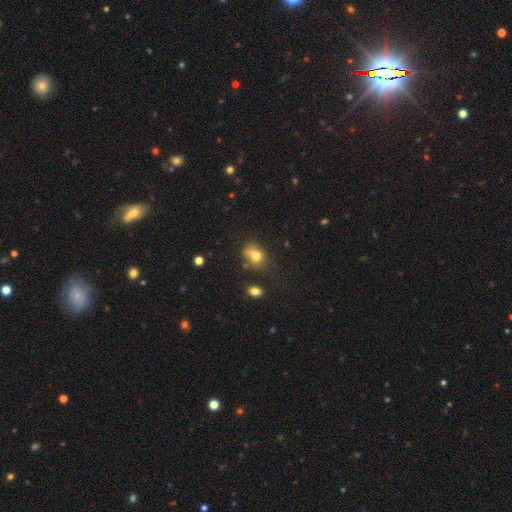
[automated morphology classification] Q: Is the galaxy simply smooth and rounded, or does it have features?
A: smooth — 72%.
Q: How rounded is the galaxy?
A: in between — 64%.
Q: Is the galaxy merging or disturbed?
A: none — 48%.